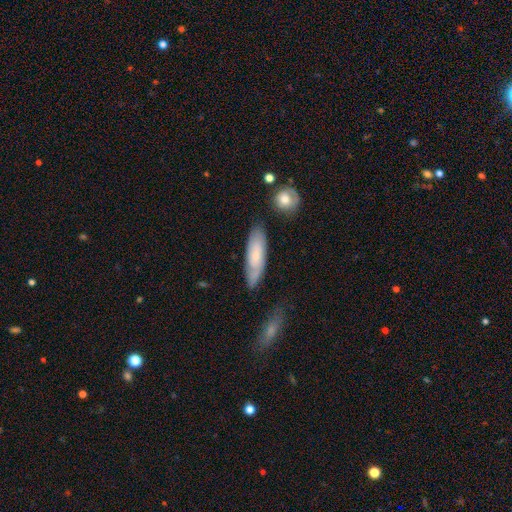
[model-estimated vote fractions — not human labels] This appears to be a smooth galaxy with no disk features (56%) that is in between round and cigar-shaped (50%). Merging: none (74%).